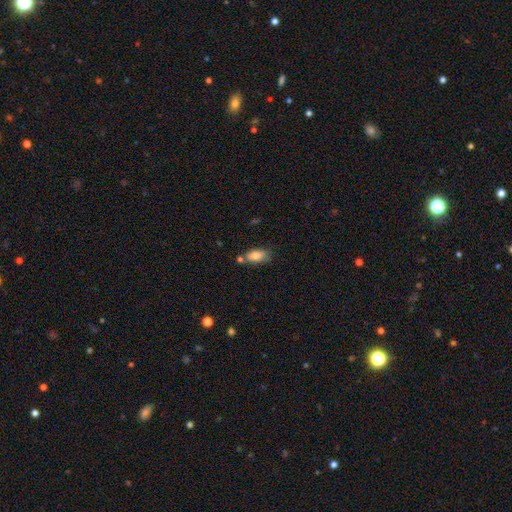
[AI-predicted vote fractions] Q: Smooth or featured?
A: smooth (82%); runner-up: featured or disk (10%)
Q: How rounded?
A: in between (88%); runner-up: cigar-shaped (8%)
Q: Merging?
A: none (56%); runner-up: minor disturbance (21%)